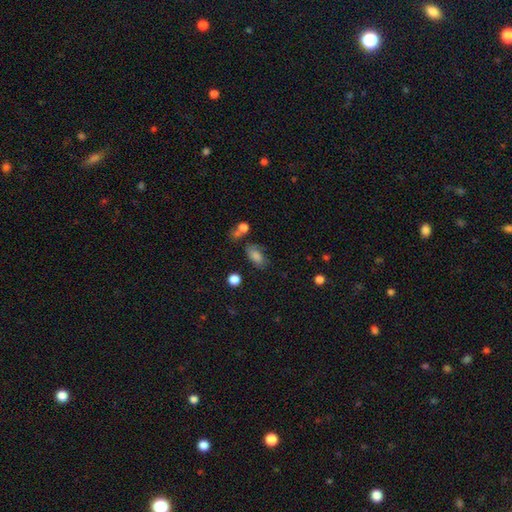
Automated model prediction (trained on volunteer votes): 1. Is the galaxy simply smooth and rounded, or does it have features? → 78% smooth, 11% featured or disk, 11% star or artifact.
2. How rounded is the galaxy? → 89% in between, 7% round, 4% cigar-shaped.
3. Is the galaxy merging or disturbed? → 59% none, 21% minor disturbance, 10% merger, 9% major disturbance.